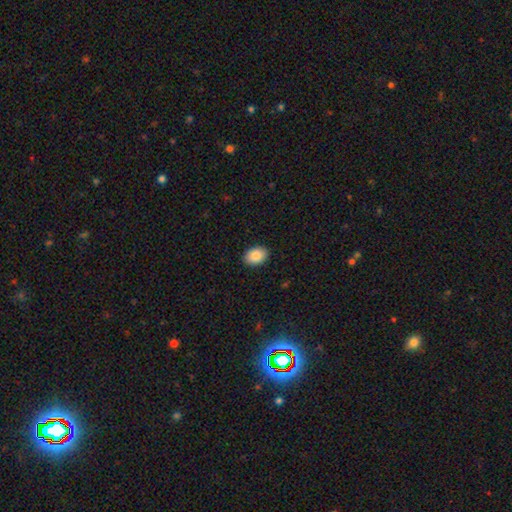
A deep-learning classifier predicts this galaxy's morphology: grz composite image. It shows a smooth galaxy with no disk features (89%) that is in between round and cigar-shaped (82%). Merging: none (90%).